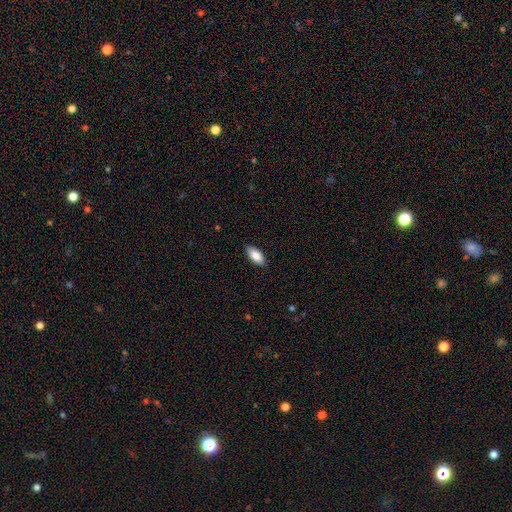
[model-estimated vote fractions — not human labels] smooth_or_featured: smooth (p=0.86) [alt: featured or disk p=0.08]
how_rounded: in between (p=0.89) [alt: cigar-shaped p=0.09]
merging: none (p=0.88) [alt: minor disturbance p=0.09]